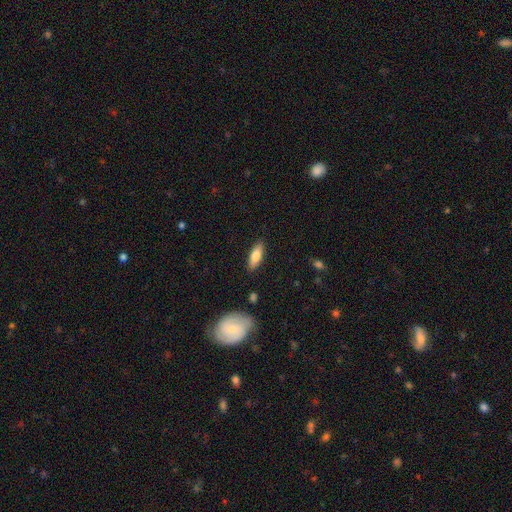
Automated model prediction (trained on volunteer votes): This appears to be a smooth galaxy with no disk features (73%) that is in between round and cigar-shaped (59%). Merging: none (87%).